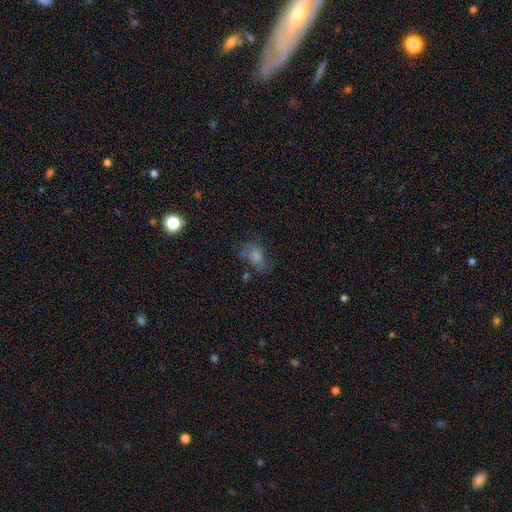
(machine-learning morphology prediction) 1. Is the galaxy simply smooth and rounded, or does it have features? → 42% smooth, 33% featured or disk, 26% star or artifact.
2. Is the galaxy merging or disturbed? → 56% none, 22% minor disturbance, 18% major disturbance, 4% merger.